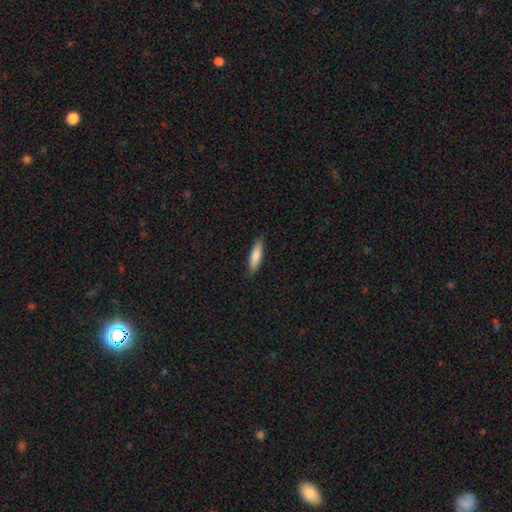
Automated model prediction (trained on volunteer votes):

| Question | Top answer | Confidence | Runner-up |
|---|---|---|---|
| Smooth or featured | smooth | 79% | featured or disk (15%) |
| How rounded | cigar-shaped | 67% | in between (31%) |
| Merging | none | 88% | minor disturbance (9%) |